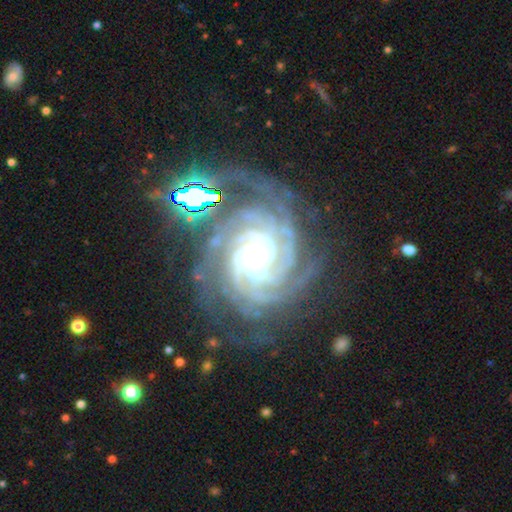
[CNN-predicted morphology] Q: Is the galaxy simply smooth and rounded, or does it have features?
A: featured or disk — 92%.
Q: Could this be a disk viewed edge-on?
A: no — 98%.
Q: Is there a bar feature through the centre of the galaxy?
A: no — 45%.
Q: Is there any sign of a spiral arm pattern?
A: yes — 99%.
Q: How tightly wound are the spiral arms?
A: tight — 75%.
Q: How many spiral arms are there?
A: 4 — 33%.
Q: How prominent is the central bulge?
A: moderate — 47%.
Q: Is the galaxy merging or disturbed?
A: none — 70%.